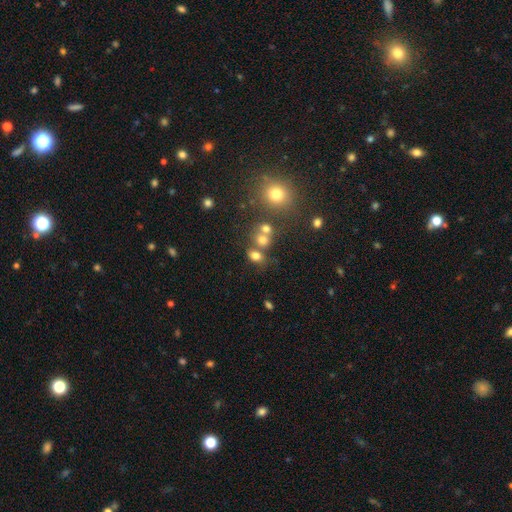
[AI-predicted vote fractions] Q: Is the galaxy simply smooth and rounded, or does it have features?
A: smooth — 73%.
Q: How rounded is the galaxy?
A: in between — 59%.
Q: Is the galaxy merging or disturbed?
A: none — 50%.